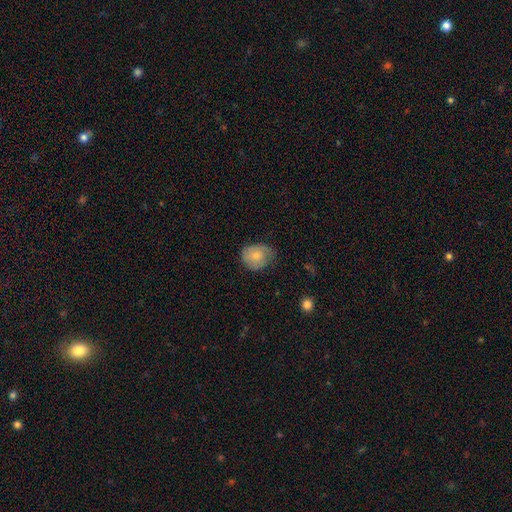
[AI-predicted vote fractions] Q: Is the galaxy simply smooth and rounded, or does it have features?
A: smooth — 69%.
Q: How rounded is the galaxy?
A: round — 67%.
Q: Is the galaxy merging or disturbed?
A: none — 54%.